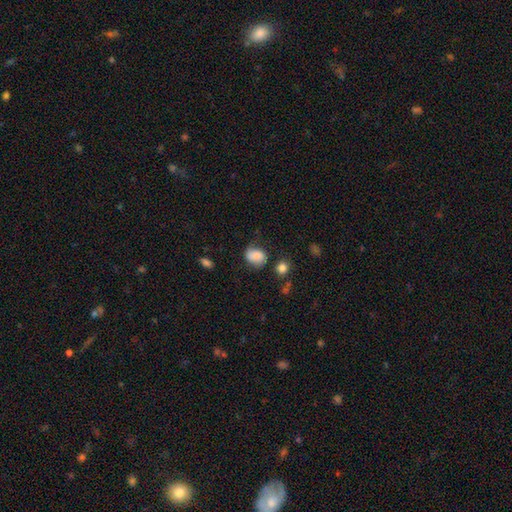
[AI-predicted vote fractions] smooth 75%, featured or disk 16%, star or artifact 9%. Down the decision tree: how rounded — in between (56%); merging — none (57%).